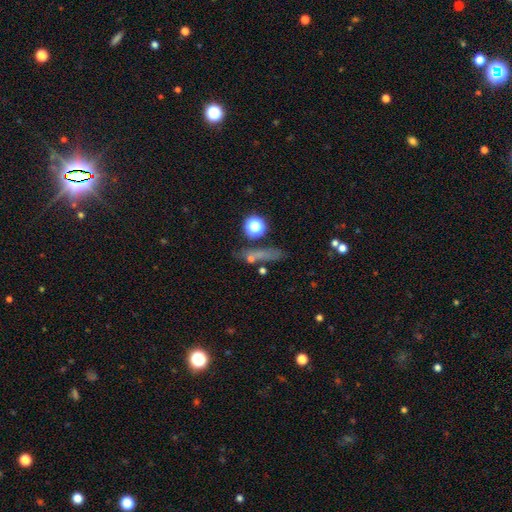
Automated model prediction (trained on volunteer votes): A smooth galaxy with no disk features (49%). Merging: none (67%).